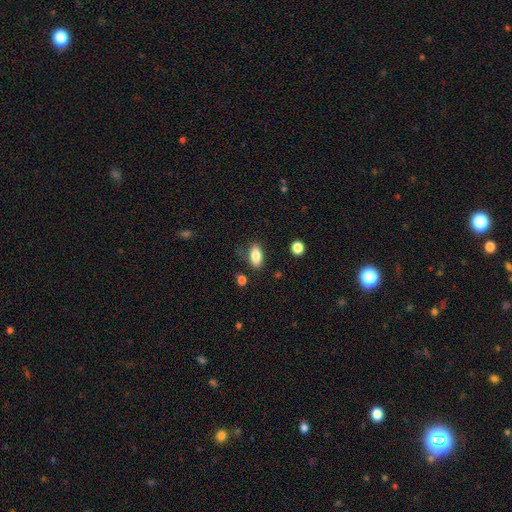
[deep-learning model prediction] This is clearly a smooth galaxy (86%). How rounded: clearly in between (88%). Merging: likely none (78%).